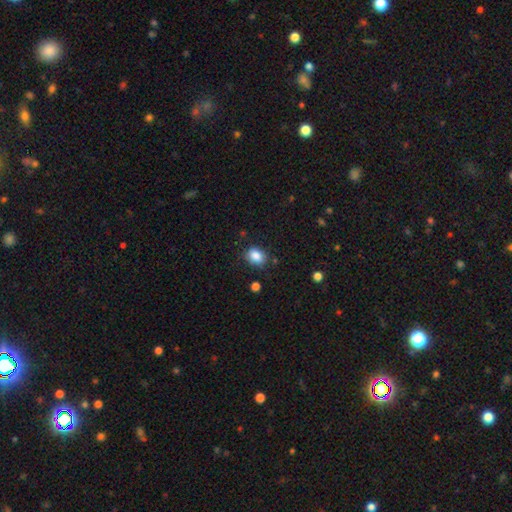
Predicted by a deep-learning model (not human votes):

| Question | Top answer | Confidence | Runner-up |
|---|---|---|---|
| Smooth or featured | smooth | 86% | star or artifact (9%) |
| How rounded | in between | 53% | round (46%) |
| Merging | none | 78% | minor disturbance (15%) |